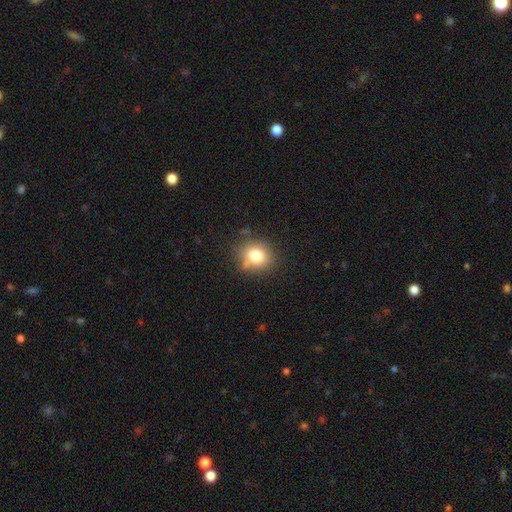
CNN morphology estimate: smooth 77%, star or artifact 13%, featured or disk 10%. Down the decision tree: how rounded — round (76%); merging — none (76%).